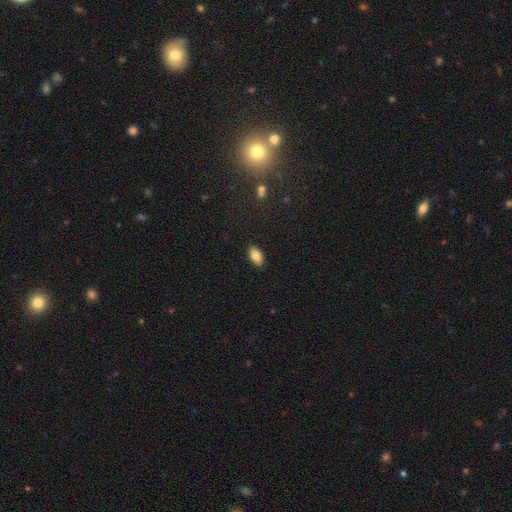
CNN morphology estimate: This appears to be a smooth galaxy with no disk features (83%) that is in between round and cigar-shaped (93%). Merging: none (89%).